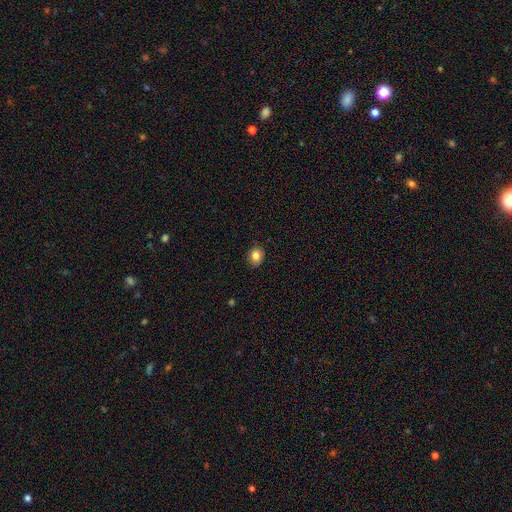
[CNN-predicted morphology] Smooth or featured? smooth (83%)
How rounded? round (60%)
Merging? none (88%)